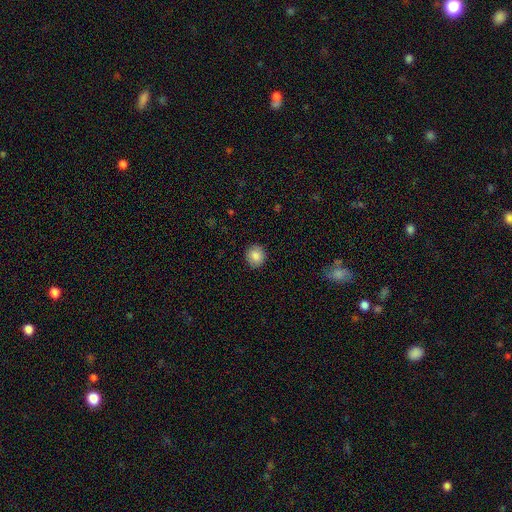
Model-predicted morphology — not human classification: Smooth or featured?
  - smooth: 86% *
  - star or artifact: 8%
  - featured or disk: 6%
How rounded?
  - round: 85% *
  - in between: 14%
  - cigar-shaped: 1%
Merging?
  - none: 89% *
  - minor disturbance: 8%
  - major disturbance: 2%
  - merger: 1%